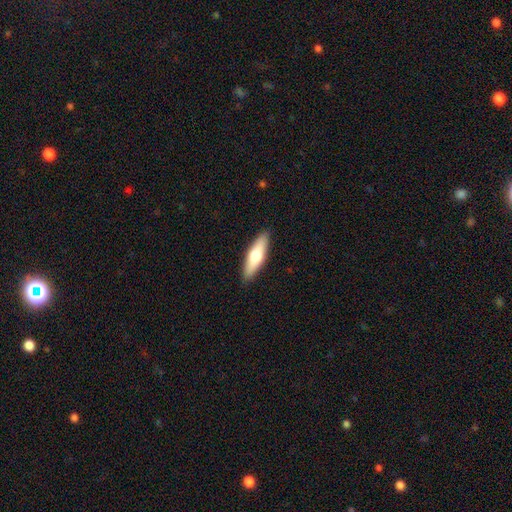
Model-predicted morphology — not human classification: Q: Smooth or featured?
A: smooth (60%); runner-up: featured or disk (35%)
Q: How rounded?
A: cigar-shaped (59%); runner-up: in between (39%)
Q: Merging?
A: none (89%); runner-up: minor disturbance (8%)